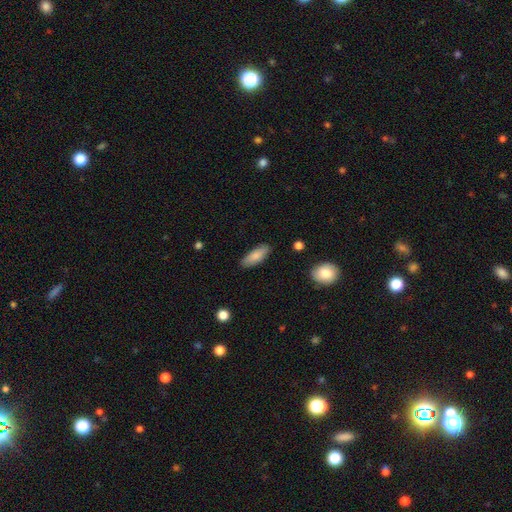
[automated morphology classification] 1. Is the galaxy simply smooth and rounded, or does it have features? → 84% smooth, 10% featured or disk, 6% star or artifact.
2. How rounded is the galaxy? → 69% in between, 29% cigar-shaped, 2% round.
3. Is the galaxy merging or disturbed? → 86% none, 11% minor disturbance, 2% major disturbance, 1% merger.